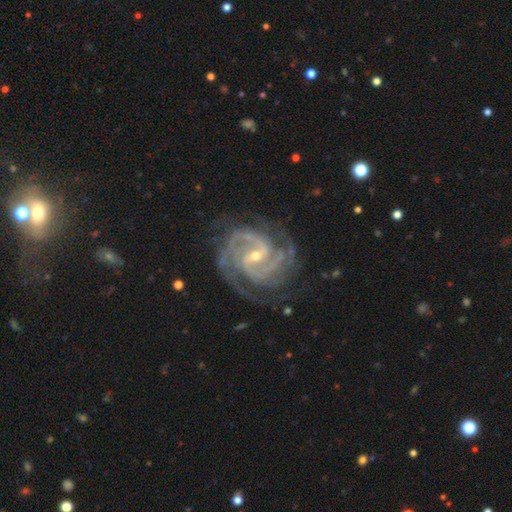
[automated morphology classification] smooth_or_featured: featured or disk (p=0.94) [alt: star or artifact p=0.04]
disk_edge_on: no (p=0.98) [alt: yes p=0.02]
bar: weak (p=0.47) [alt: strong p=0.28]
has_spiral_arms: yes (p=0.99) [alt: no p=0.01]
spiral_winding: tight (p=0.59) [alt: medium p=0.37]
spiral_arm_count: 2 (p=0.41) [alt: 3 p=0.30]
bulge_size: small (p=0.67) [alt: moderate p=0.30]
merging: none (p=0.77) [alt: minor disturbance p=0.16]